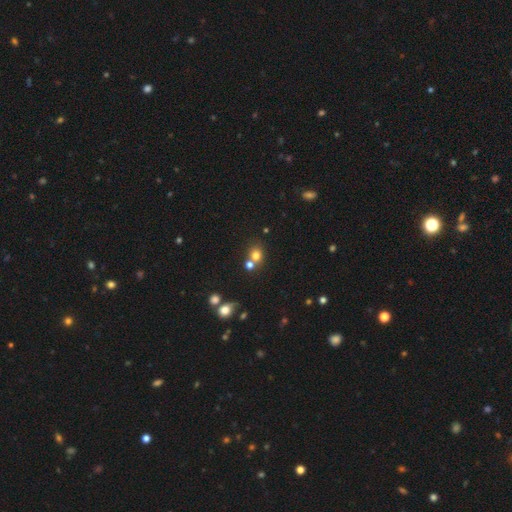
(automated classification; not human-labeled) Smooth or featured: smooth — 74% (star or artifact — 16%)
How rounded: round — 77% (in between — 22%)
Merging: none — 56% (merger — 32%)